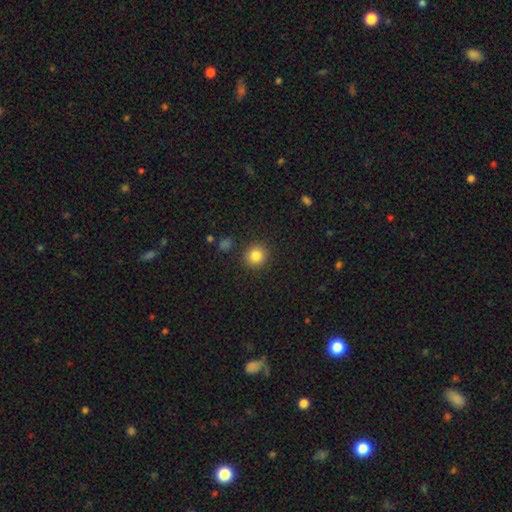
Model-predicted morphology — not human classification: This appears to be a smooth galaxy with no disk features (84%) that is round (91%). Merging: none (90%).